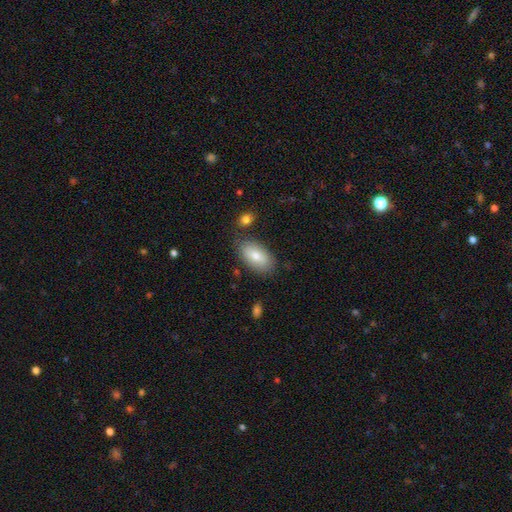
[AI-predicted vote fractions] Smooth or featured? Predicted: smooth (p=0.78). How rounded? Predicted: in between (p=0.94). Merging? Predicted: none (p=0.78).